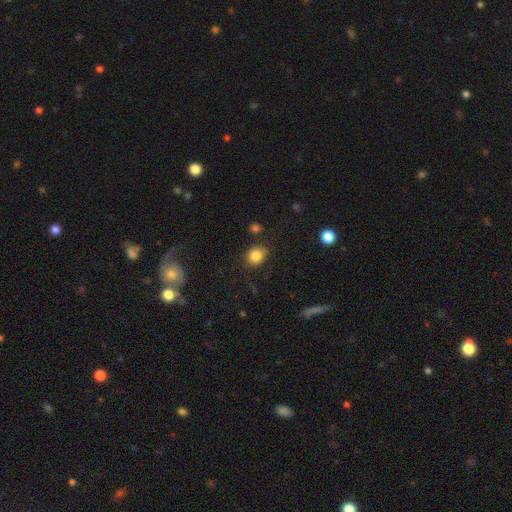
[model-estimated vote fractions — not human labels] smooth 83%, star or artifact 10%, featured or disk 6%. Down the decision tree: how rounded — round (64%); merging — none (77%).